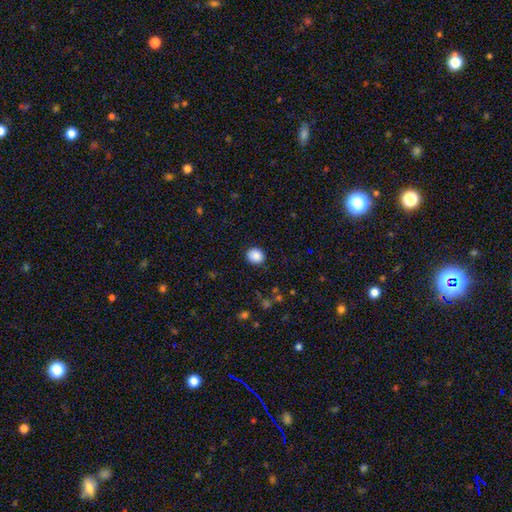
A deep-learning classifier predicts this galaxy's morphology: Smooth or featured?
  - smooth: 87% *
  - star or artifact: 9%
  - featured or disk: 3%
How rounded?
  - round: 78% *
  - in between: 21%
  - cigar-shaped: 1%
Merging?
  - none: 89% *
  - minor disturbance: 7%
  - major disturbance: 2%
  - merger: 1%